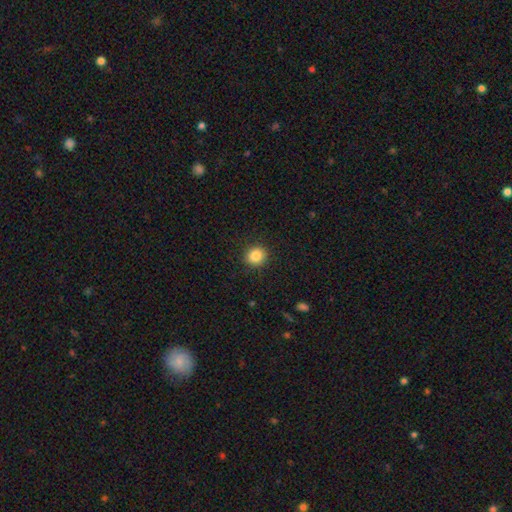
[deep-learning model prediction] smooth_or_featured: smooth (p=0.85) [alt: star or artifact p=0.10]
how_rounded: round (p=0.86) [alt: in between p=0.13]
merging: none (p=0.90) [alt: minor disturbance p=0.07]